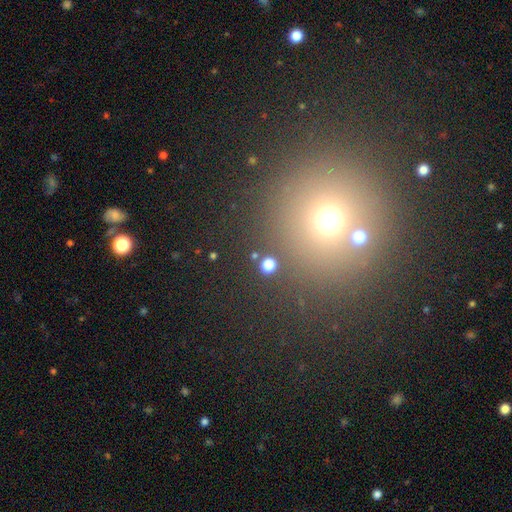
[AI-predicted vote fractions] This is possibly a smooth galaxy (51%). How rounded: clearly round (87%). Merging: clearly none (84%).